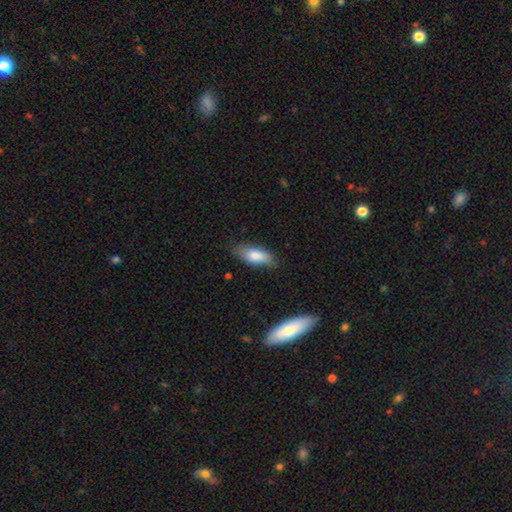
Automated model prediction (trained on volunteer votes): This appears to be a smooth galaxy with no disk features (83%) that is in between round and cigar-shaped (79%). Merging: none (78%).